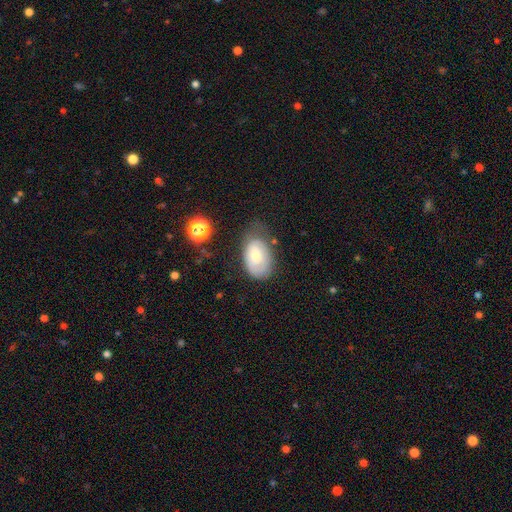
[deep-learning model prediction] Morphology: type=smooth (57%); roundness=in between (87%); merging=none (49%).